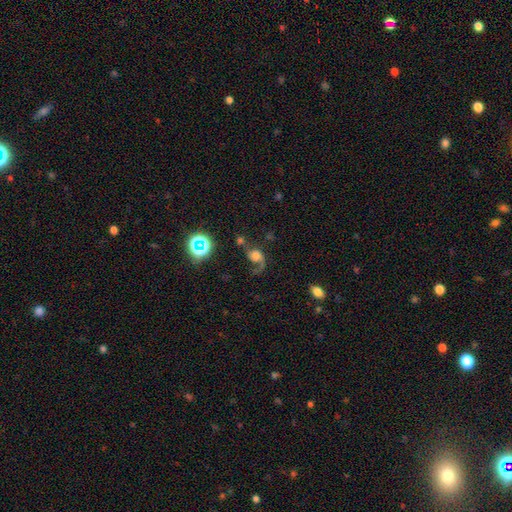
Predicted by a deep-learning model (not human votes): Morphology: type=featured or disk (56%); edge-on=no (97%); bar=no (72%); spiral arms=yes (87%); bulge=large (33%); merging=major disturbance (37%).